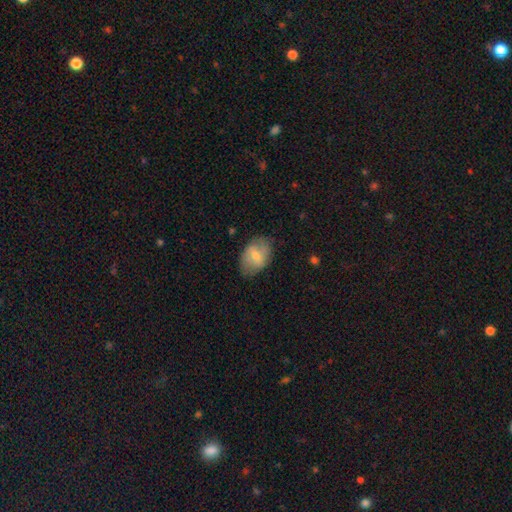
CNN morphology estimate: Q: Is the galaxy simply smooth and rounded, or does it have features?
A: smooth — 61%.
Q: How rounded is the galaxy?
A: in between — 83%.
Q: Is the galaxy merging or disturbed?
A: none — 74%.